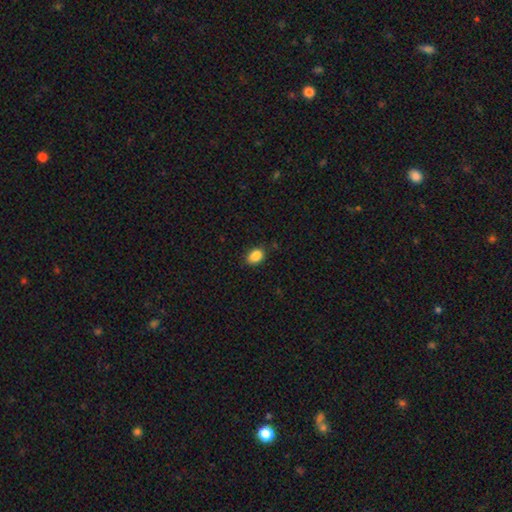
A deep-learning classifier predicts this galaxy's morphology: This appears to be a smooth galaxy with no disk features (86%) that is in between round and cigar-shaped (75%). Merging: none (75%).